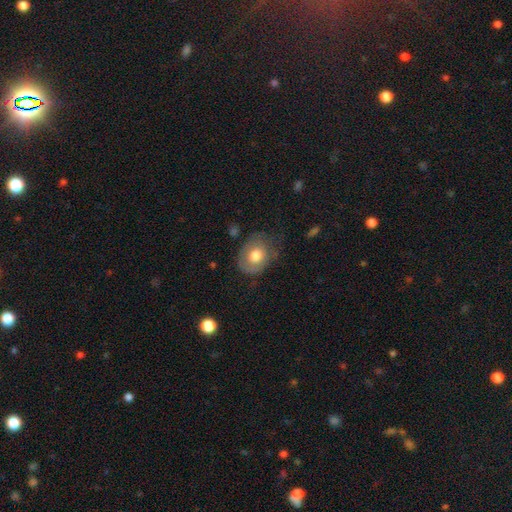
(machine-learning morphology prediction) This is likely a smooth galaxy (66%). How rounded: possibly in between (55%). Merging: possibly none (54%).